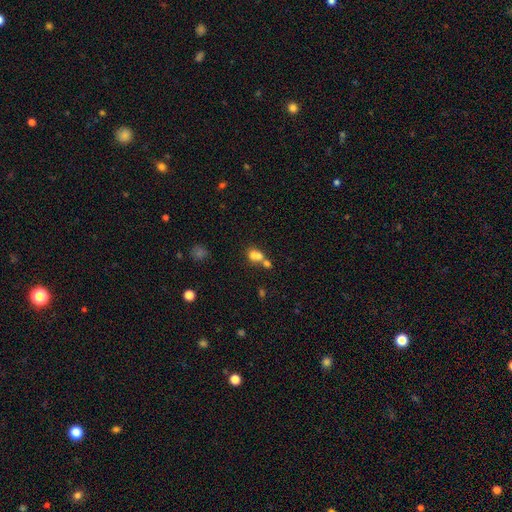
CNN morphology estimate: Smooth or featured: smooth — 68% (featured or disk — 19%)
How rounded: round — 64% (in between — 34%)
Merging: merger — 65% (none — 25%)